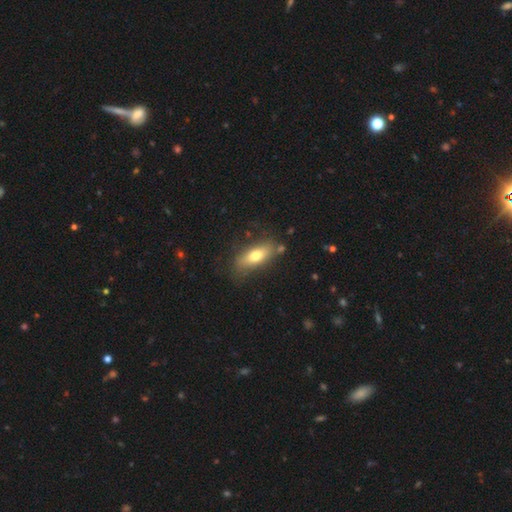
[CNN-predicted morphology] This is likely a smooth galaxy (69%). How rounded: likely in between (75%). Merging: likely none (73%).